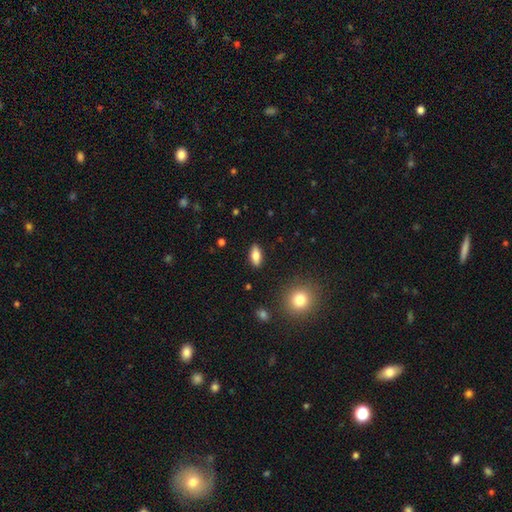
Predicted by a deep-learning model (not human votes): Smooth or featured? Predicted: smooth (p=0.77). How rounded? Predicted: in between (p=0.82). Merging? Predicted: none (p=0.88).